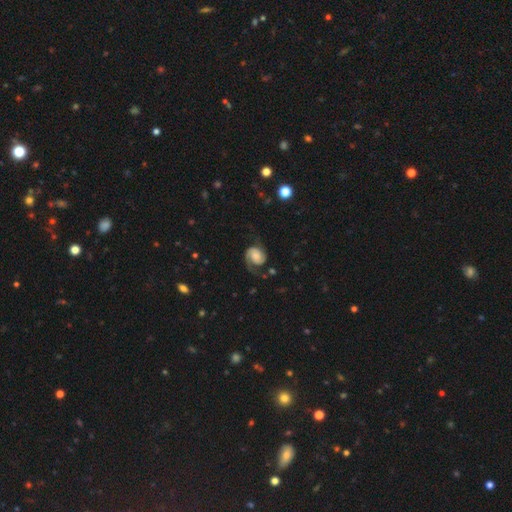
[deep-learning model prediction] A featured or disk galaxy (82%) with no bar (65%), 2 (79%) medium (45%) spiral arms (97%) and a small central bulge (33%).

Vote fractions:
- Smooth or featured? featured or disk: 82% / smooth: 12% / star or artifact: 6%
- Edge-on disk? no: 98% / yes: 2%
- Bar? no: 65% / weak: 29% / strong: 7%
- Spiral arms? yes: 97% / no: 3%
- Spiral winding? medium: 45% / tight: 32% / loose: 23%
- Spiral arm count? 2: 79% / 1: 15% / can't tell: 3% / 3: 1% / 4: 1% / more than 4: 1%
- Bulge size? small: 33% / moderate: 31% / none: 17% / large: 15% / dominant: 4%
- Merging? none: 65% / minor disturbance: 19% / major disturbance: 15% / merger: 2%